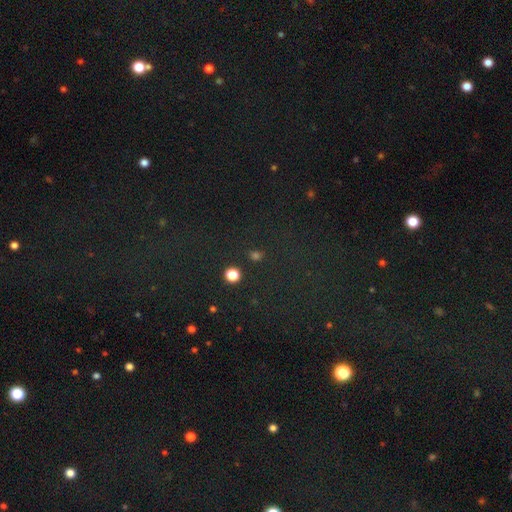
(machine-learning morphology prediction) smooth-or-featured: smooth: 59% | star or artifact: 36% | featured or disk: 6%
  how-rounded: round: 81% | in between: 17% | cigar-shaped: 2%
  merging: none: 87% | minor disturbance: 7% | merger: 3% | major disturbance: 3%